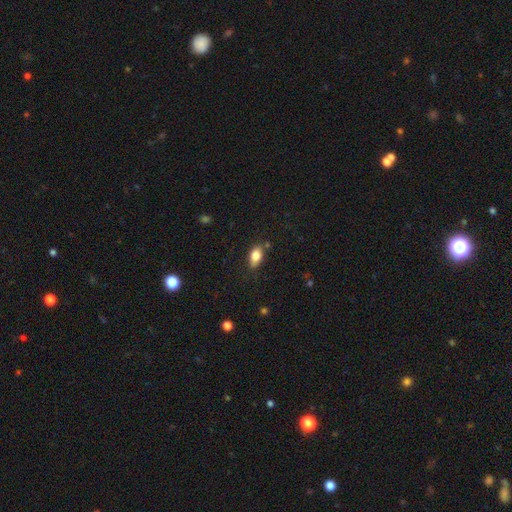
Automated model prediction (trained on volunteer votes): Smooth or featured? smooth (81%)
How rounded? in between (88%)
Merging? none (76%)